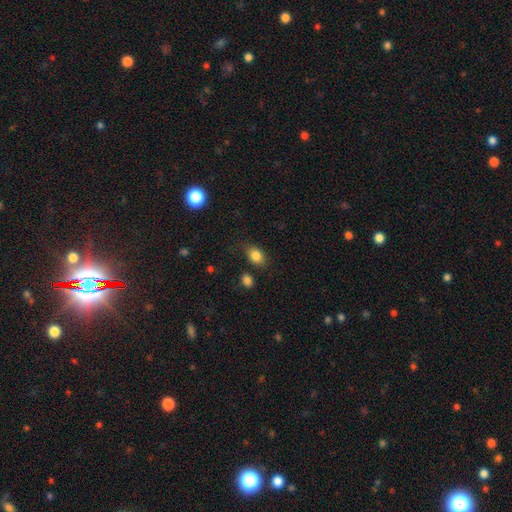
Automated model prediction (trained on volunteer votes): A smooth galaxy with no disk features (83%) that is in between round and cigar-shaped (71%).

Vote fractions:
- Smooth or featured? smooth: 83% / star or artifact: 9% / featured or disk: 7%
- How rounded? in between: 71% / round: 27% / cigar-shaped: 2%
- Merging? none: 75% / minor disturbance: 16% / major disturbance: 4% / merger: 4%